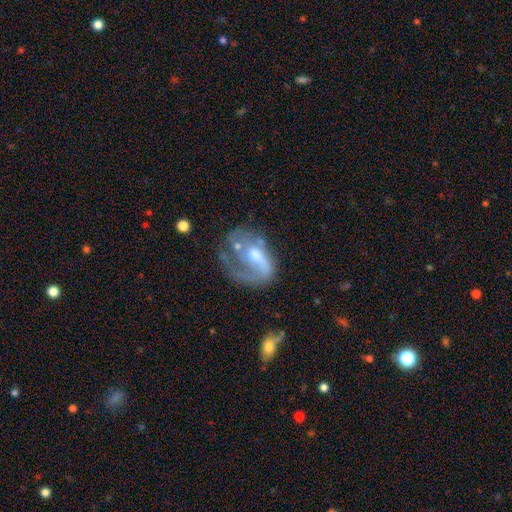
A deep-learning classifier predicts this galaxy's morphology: featured or disk 75%, smooth 18%, star or artifact 7%. Down the decision tree: edge-on disk — no (97%); bar — no (54%); spiral arms — yes (78%); spiral arm count — 1 (65%); spiral winding — loose (41%); bulge size — moderate (61%); merging — major disturbance (37%).